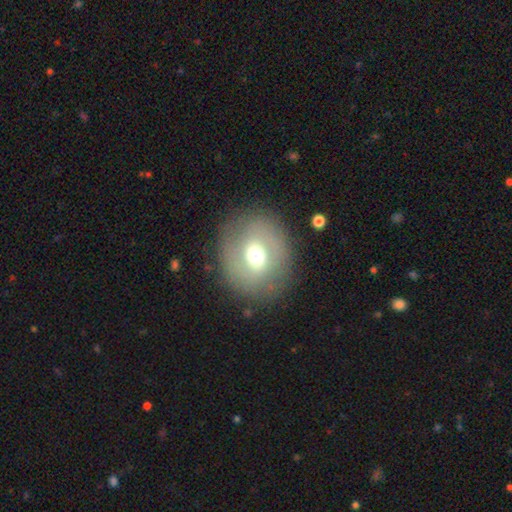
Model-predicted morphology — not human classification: Smooth or featured? Predicted: smooth (p=0.51). How rounded? Predicted: round (p=0.68). Merging? Predicted: none (p=0.81).